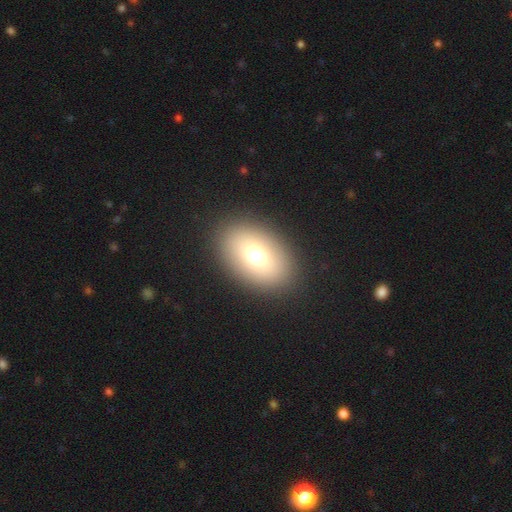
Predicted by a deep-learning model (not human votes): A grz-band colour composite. It shows a smooth galaxy with no disk features (72%) that is in between round and cigar-shaped (82%). Merging: none (89%).